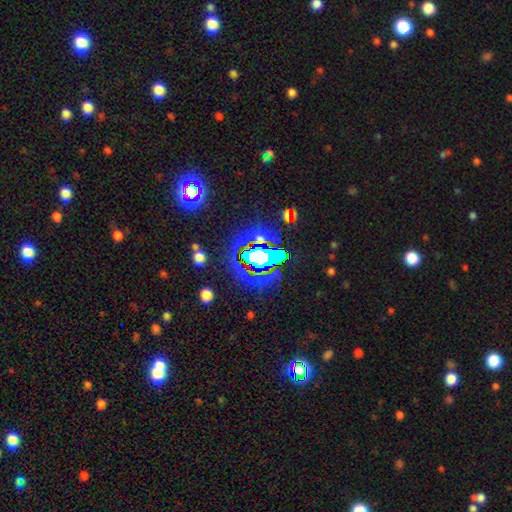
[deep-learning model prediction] star or artifact 70%, smooth 16%, featured or disk 14%.